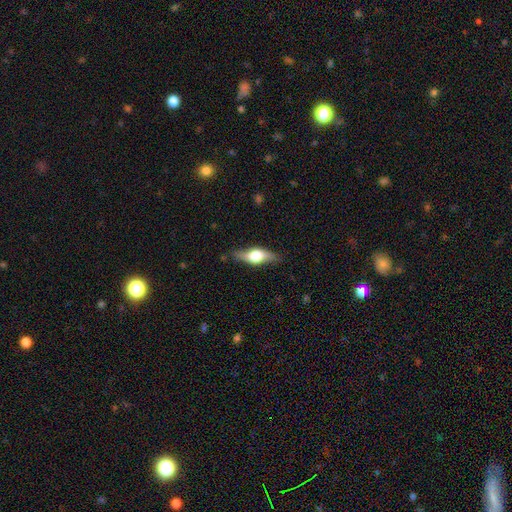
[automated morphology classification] smooth_or_featured: featured or disk (p=0.54) [alt: smooth p=0.40]
disk_edge_on: yes (p=0.86) [alt: no p=0.14]
merging: none (p=0.79) [alt: minor disturbance p=0.16]